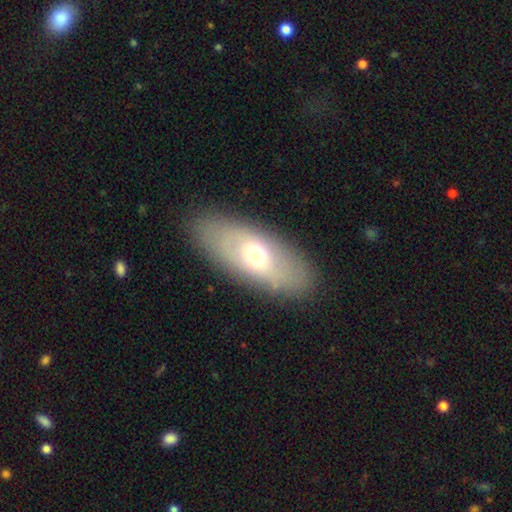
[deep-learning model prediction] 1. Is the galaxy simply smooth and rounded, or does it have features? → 54% smooth, 38% featured or disk, 7% star or artifact.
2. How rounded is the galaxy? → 83% in between, 12% cigar-shaped, 4% round.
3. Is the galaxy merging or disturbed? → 85% none, 10% minor disturbance, 4% major disturbance, 1% merger.